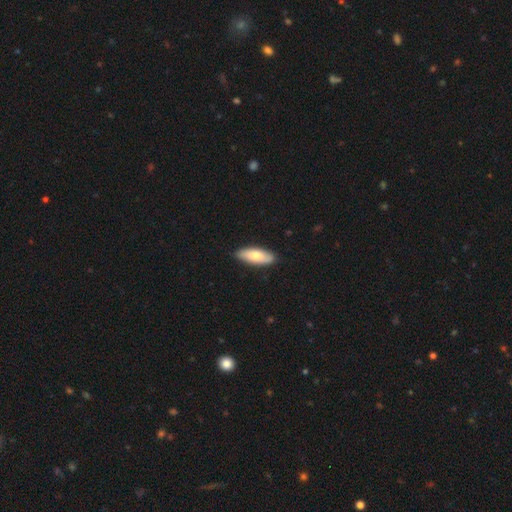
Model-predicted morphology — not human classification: This is likely a smooth galaxy (73%). How rounded: likely in between (74%). Merging: clearly none (86%).